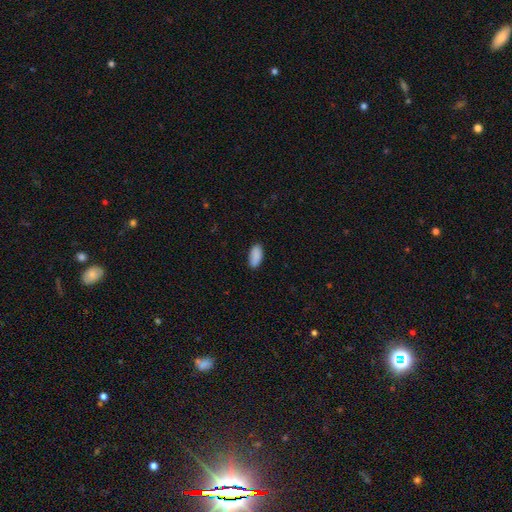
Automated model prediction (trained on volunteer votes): Morphology: type=smooth (89%); roundness=in between (88%); merging=none (86%).